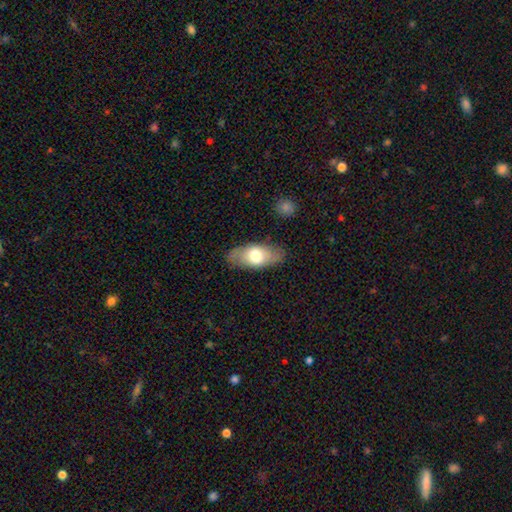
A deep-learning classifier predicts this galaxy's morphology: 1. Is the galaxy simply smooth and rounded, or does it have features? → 65% smooth, 30% featured or disk, 6% star or artifact.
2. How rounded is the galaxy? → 88% in between, 8% cigar-shaped, 3% round.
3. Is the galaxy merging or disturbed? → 81% none, 14% minor disturbance, 4% major disturbance, 1% merger.